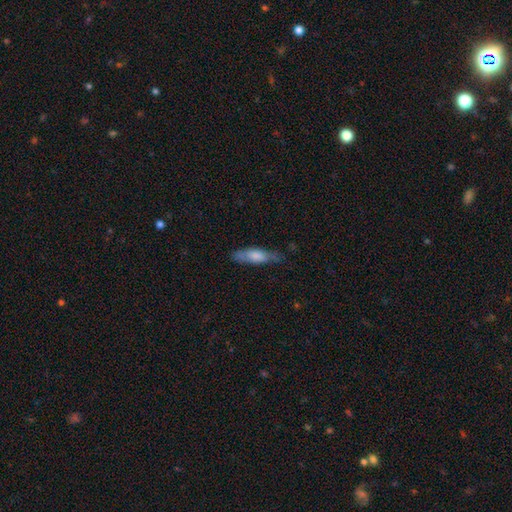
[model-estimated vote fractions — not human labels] Morphology: type=smooth (69%); roundness=cigar-shaped (52%); merging=none (66%).